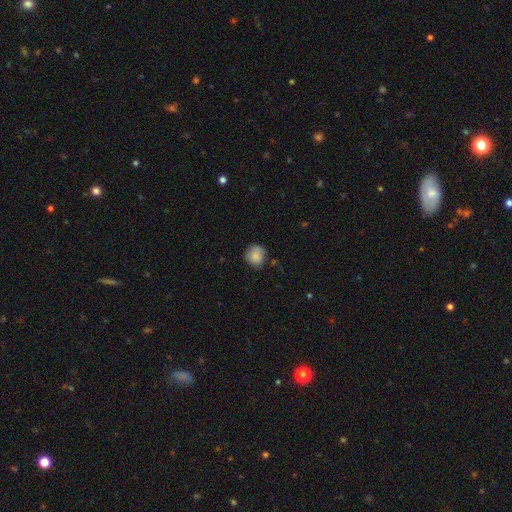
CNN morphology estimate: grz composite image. It shows a smooth galaxy with no disk features (84%) that is round (77%). Merging: none (69%).